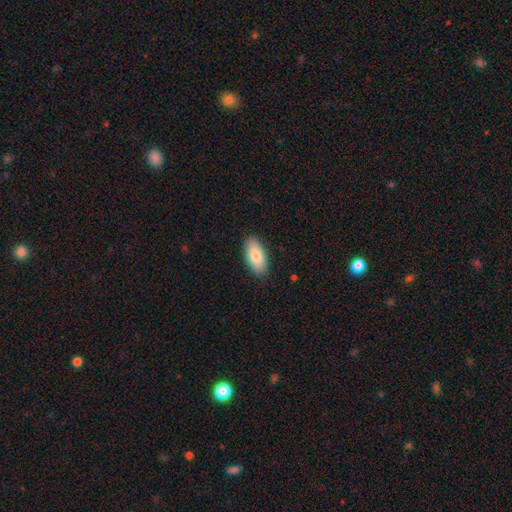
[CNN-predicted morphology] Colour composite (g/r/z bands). It shows a smooth galaxy with no disk features (82%) that is in between round and cigar-shaped (91%). Merging: none (88%).